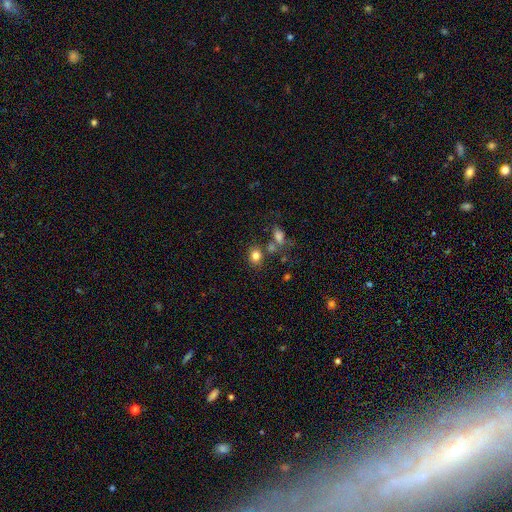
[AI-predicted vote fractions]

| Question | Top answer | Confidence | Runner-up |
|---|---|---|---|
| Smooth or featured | smooth | 80% | star or artifact (12%) |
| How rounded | round | 64% | in between (35%) |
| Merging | none | 70% | merger (13%) |